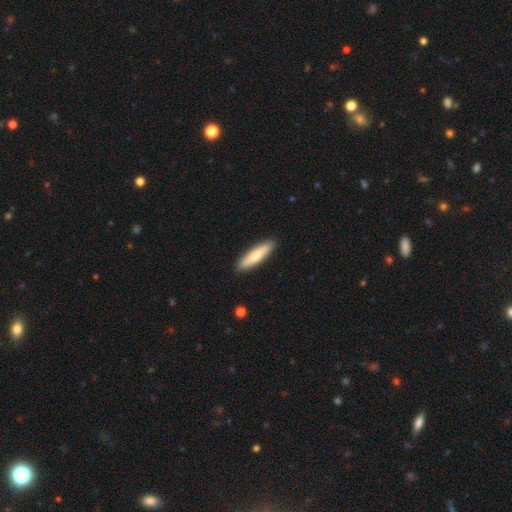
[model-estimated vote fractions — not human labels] Smooth or featured? smooth (70%)
How rounded? cigar-shaped (76%)
Merging? none (90%)